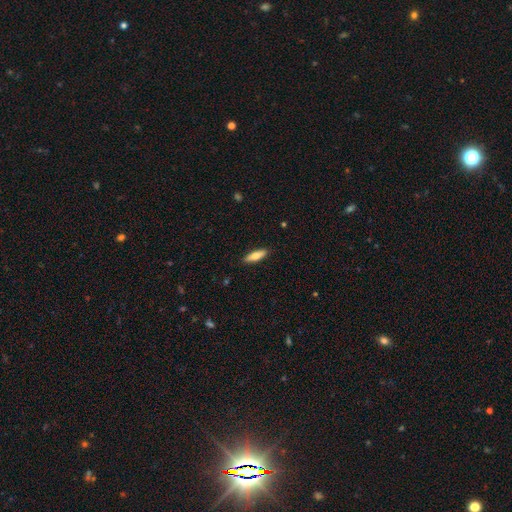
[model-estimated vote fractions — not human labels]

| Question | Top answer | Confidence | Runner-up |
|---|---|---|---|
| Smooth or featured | smooth | 67% | featured or disk (28%) |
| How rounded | cigar-shaped | 58% | in between (40%) |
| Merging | none | 90% | minor disturbance (7%) |